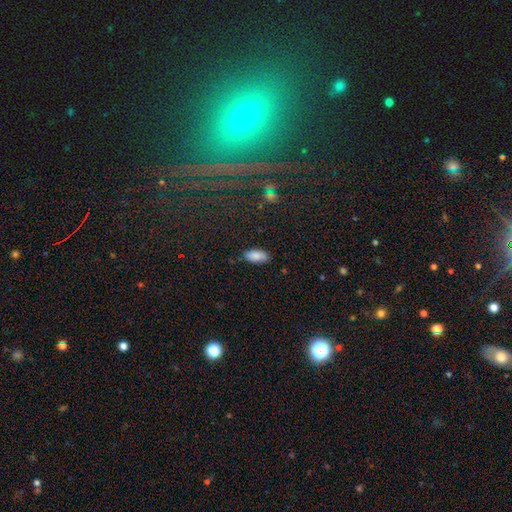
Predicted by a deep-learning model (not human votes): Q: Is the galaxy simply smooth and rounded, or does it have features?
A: smooth — 86%.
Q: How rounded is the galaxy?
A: in between — 91%.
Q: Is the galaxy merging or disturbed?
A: none — 81%.